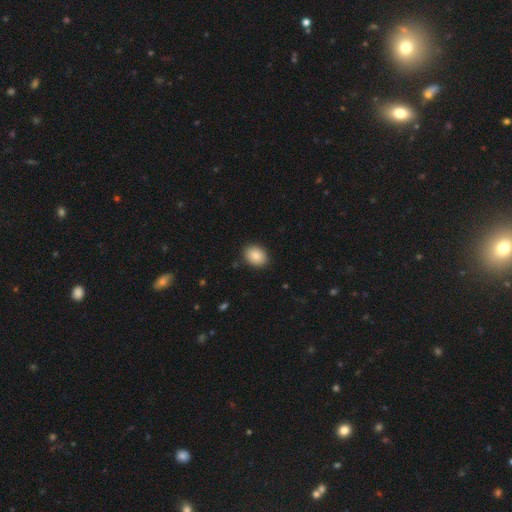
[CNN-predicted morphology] A smooth galaxy with no disk features (88%) that is in between round and cigar-shaped (64%). Merging: none (89%).